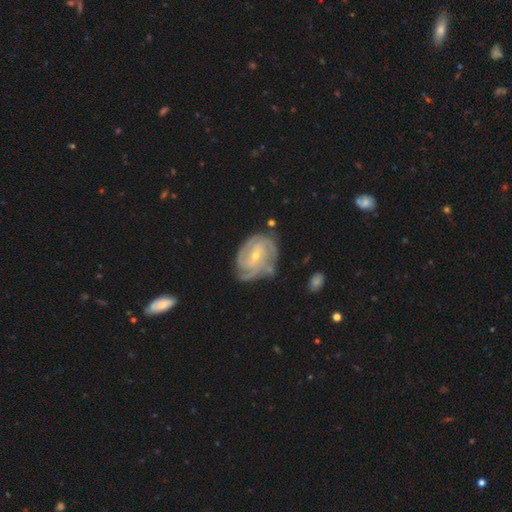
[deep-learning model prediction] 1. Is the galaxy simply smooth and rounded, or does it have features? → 87% featured or disk, 7% smooth, 6% star or artifact.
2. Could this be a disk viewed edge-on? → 97% no, 3% yes.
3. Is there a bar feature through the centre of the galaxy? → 54% no, 35% weak, 11% strong.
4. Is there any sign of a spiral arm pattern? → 97% yes, 3% no.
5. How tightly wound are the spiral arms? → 69% tight, 26% medium, 5% loose.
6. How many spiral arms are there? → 31% 3, 21% 4, 21% can't tell, 16% 2, 6% more than 4, 5% 1.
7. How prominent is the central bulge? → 64% small, 33% moderate, 1% none, 1% large, 1% dominant.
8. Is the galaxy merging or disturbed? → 68% none, 22% minor disturbance, 7% major disturbance, 3% merger.